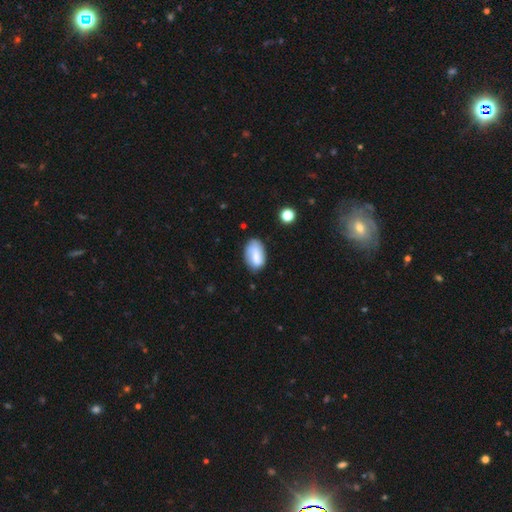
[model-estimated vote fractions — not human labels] smooth 69%, featured or disk 23%, star or artifact 8%. Down the decision tree: how rounded — in between (92%); merging — none (64%).